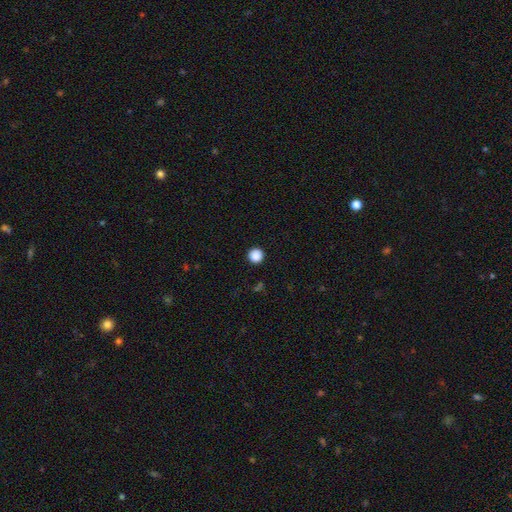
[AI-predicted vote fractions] A smooth galaxy with no disk features (88%) that is round (96%). Merging: none (93%).